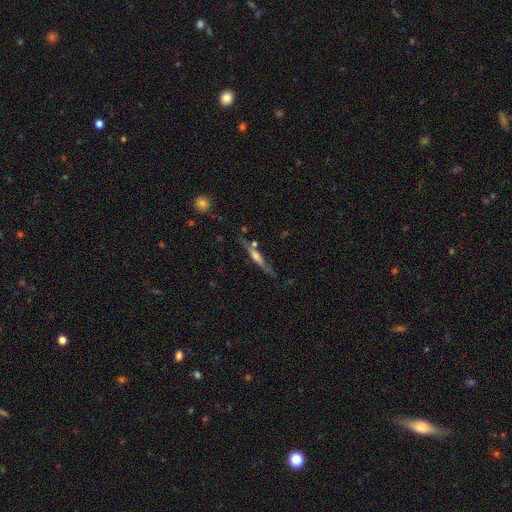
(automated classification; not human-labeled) smooth-or-featured: featured or disk: 68% | smooth: 25% | star or artifact: 7%
  disk-edge-on: yes: 92% | no: 8%
    edge-on-bulge: rounded: 56% | boxy: 28% | none: 16%
  merging: none: 70% | minor disturbance: 18% | merger: 6% | major disturbance: 6%